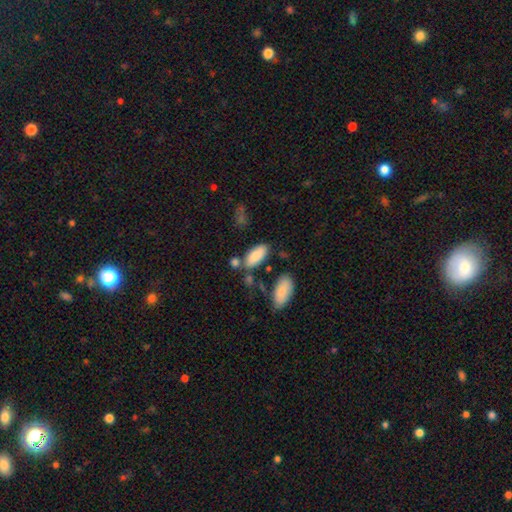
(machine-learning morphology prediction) type=smooth (85%); roundness=in between (90%); merging=none (70%).